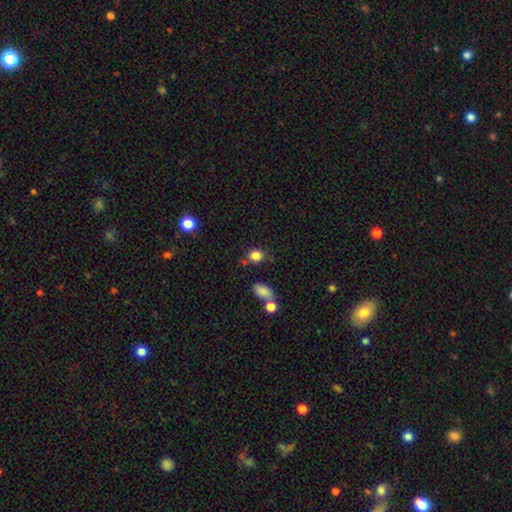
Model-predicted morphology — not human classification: Overall: smooth (82%). How rounded: round (65%; in between 33%). Merging: none (68%).